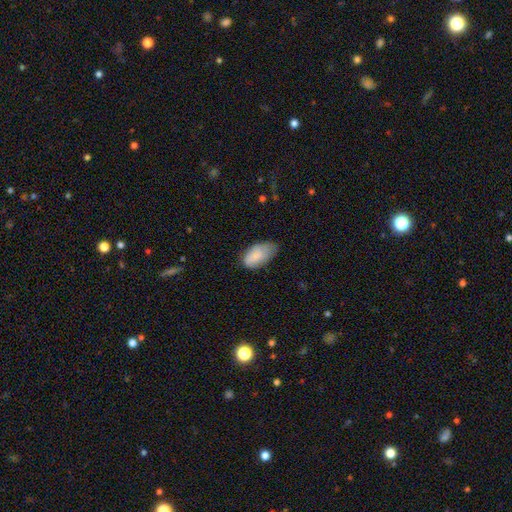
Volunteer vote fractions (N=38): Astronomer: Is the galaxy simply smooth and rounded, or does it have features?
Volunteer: smooth — 87%.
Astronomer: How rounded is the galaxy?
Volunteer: in between — 94%.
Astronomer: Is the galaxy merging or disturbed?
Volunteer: minor disturbance — 50% (runner-up: none, 45%).